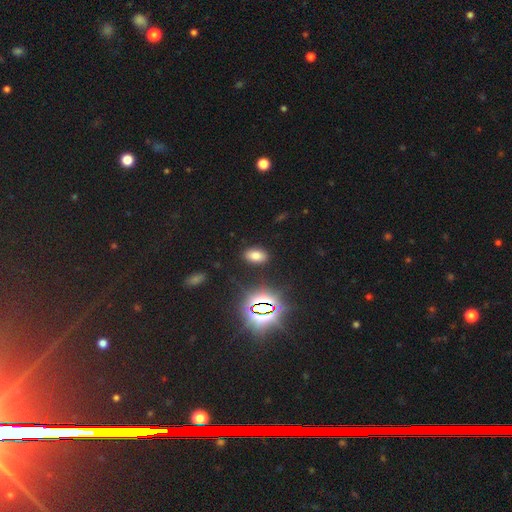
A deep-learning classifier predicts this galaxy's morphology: Smooth or featured: smooth — 66% (star or artifact — 27%)
How rounded: in between — 90% (round — 8%)
Merging: none — 87% (minor disturbance — 8%)